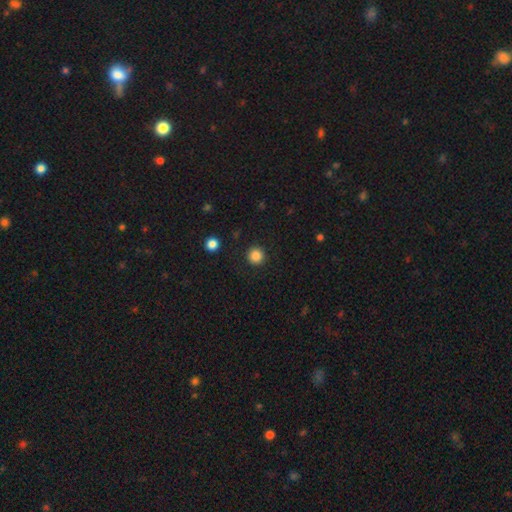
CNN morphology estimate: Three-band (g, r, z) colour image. It shows a smooth galaxy with no disk features (86%) that is round (95%). Merging: none (92%).